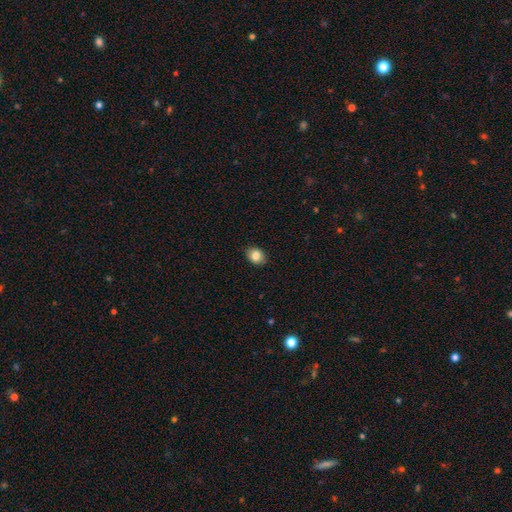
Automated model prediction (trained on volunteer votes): smooth_or_featured: smooth (p=0.84) [alt: star or artifact p=0.09]
how_rounded: in between (p=0.50) [alt: round p=0.49]
merging: none (p=0.88) [alt: minor disturbance p=0.09]